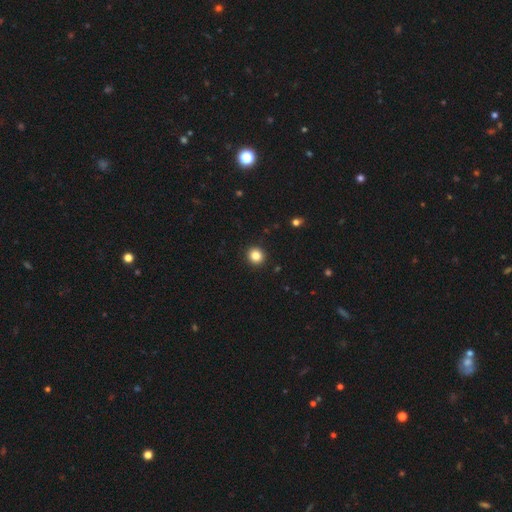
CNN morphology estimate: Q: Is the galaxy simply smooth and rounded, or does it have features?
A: smooth — 84%.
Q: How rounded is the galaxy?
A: round — 91%.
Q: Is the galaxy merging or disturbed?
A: none — 93%.